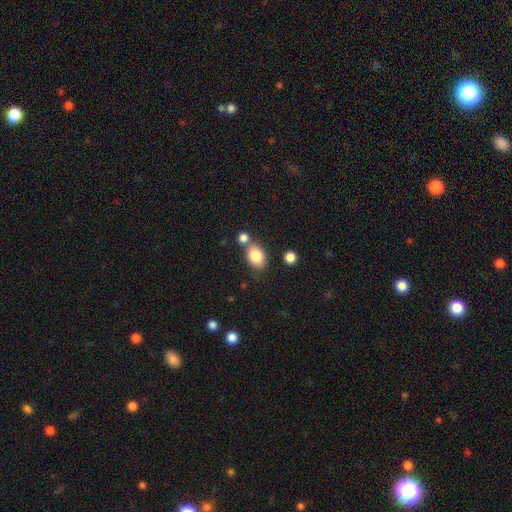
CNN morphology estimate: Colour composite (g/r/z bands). It shows a smooth galaxy with no disk features (83%) that is in between round and cigar-shaped (74%). Merging: none (60%).